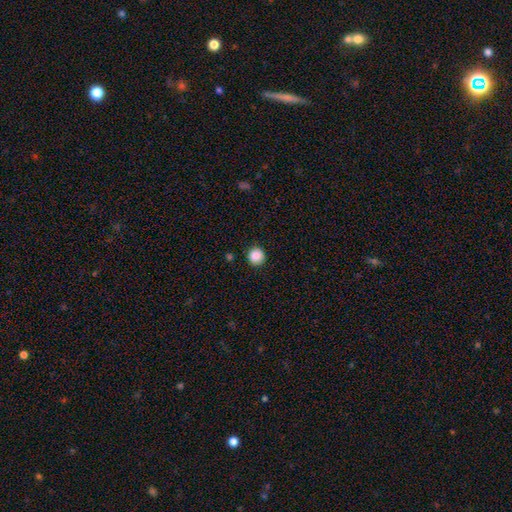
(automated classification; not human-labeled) Smooth or featured: smooth — 87% (star or artifact — 9%)
How rounded: round — 93% (in between — 6%)
Merging: none — 91% (minor disturbance — 6%)